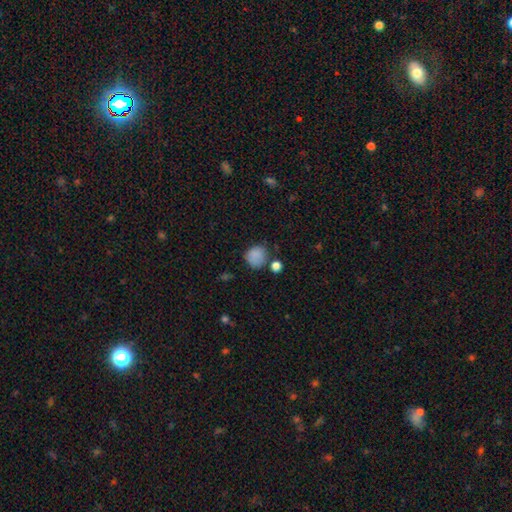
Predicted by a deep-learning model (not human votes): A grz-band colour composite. It shows a smooth galaxy with no disk features (83%) that is round (76%). Merging: none (60%).